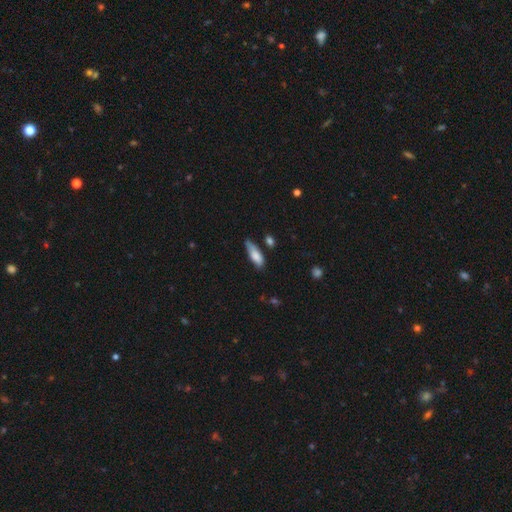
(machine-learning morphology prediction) Smooth or featured: smooth — 78% (featured or disk — 15%)
How rounded: in between — 59% (cigar-shaped — 39%)
Merging: none — 43% (minor disturbance — 40%)